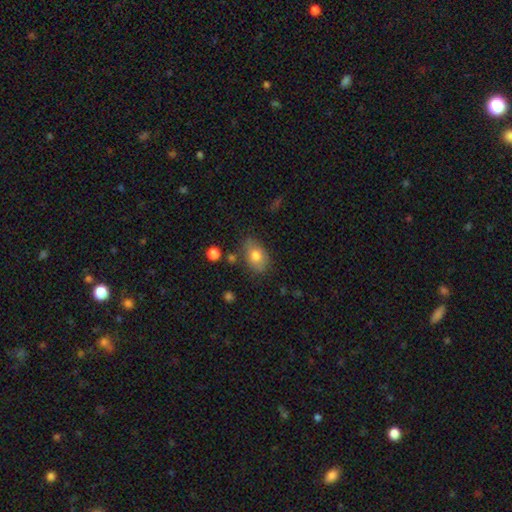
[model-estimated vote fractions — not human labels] smooth-or-featured: smooth: 77% | featured or disk: 14% | star or artifact: 8%
  how-rounded: in between: 83% | round: 15% | cigar-shaped: 1%
  merging: none: 75% | minor disturbance: 17% | major disturbance: 4% | merger: 4%